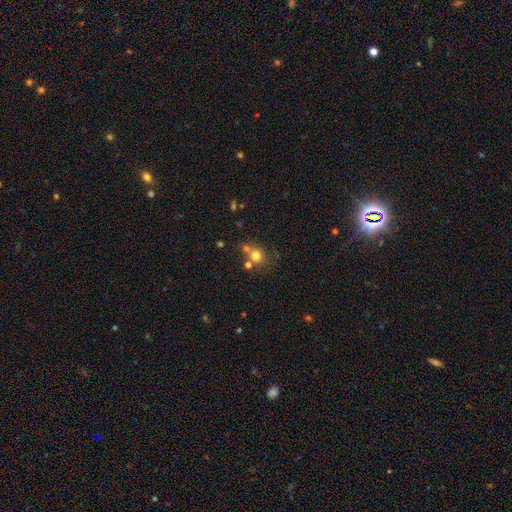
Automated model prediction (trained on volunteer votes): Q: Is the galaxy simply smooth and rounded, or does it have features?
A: smooth — 72%.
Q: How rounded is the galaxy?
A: round — 85%.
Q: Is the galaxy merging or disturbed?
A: none — 54%.